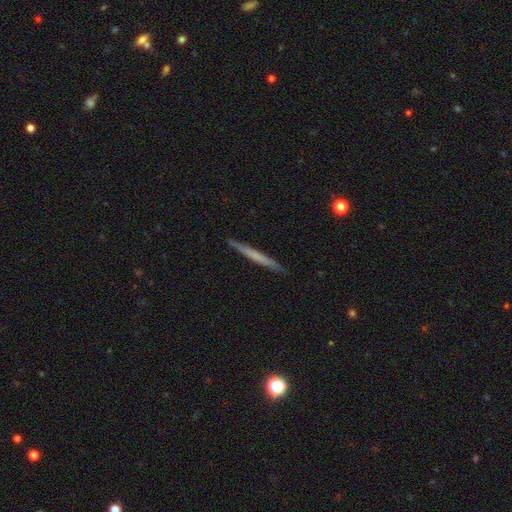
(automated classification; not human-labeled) smooth-or-featured: smooth: 54% | featured or disk: 41% | star or artifact: 5%
  how-rounded: cigar-shaped: 97% | in between: 2% | round: 1%
  merging: none: 92% | minor disturbance: 6% | major disturbance: 1% | merger: 1%